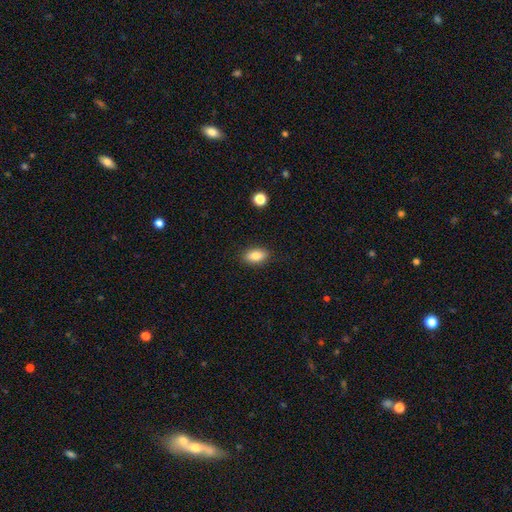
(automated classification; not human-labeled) A smooth galaxy with no disk features (83%) that is in between round and cigar-shaped (88%).

Vote fractions:
- Smooth or featured? smooth: 83% / featured or disk: 9% / star or artifact: 8%
- How rounded? in between: 88% / round: 8% / cigar-shaped: 4%
- Merging? none: 88% / minor disturbance: 9% / major disturbance: 2% / merger: 1%